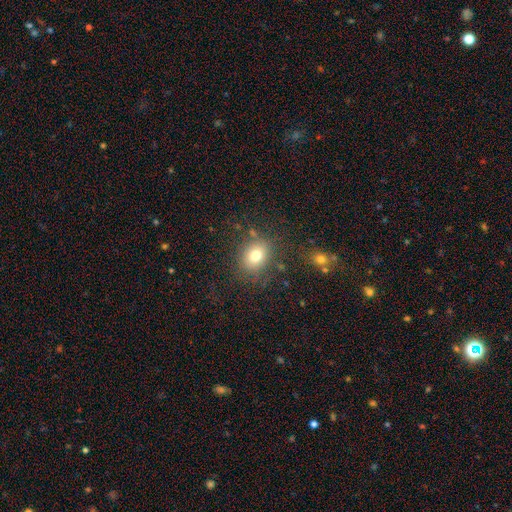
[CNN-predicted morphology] Smooth or featured: smooth — 77% (star or artifact — 12%)
How rounded: in between — 54% (round — 45%)
Merging: none — 77% (minor disturbance — 13%)